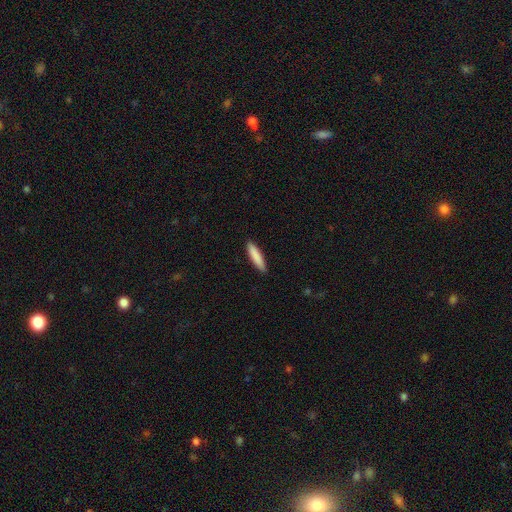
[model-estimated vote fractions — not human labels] A smooth galaxy with no disk features (87%) that is cigar-shaped (84%). Merging: none (89%).